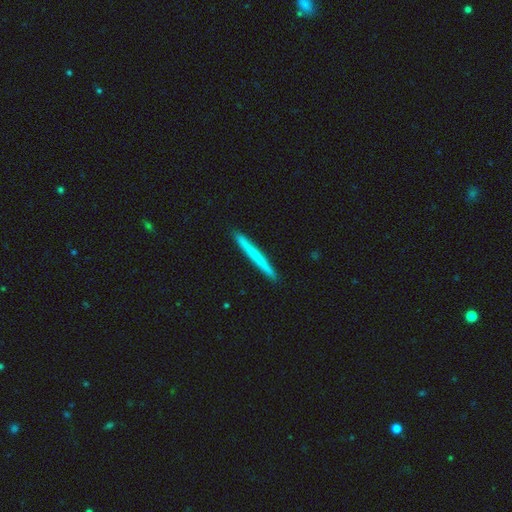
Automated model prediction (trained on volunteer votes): Smooth or featured: smooth — 63% (featured or disk — 32%)
How rounded: cigar-shaped — 97% (in between — 1%)
Merging: none — 93% (minor disturbance — 5%)